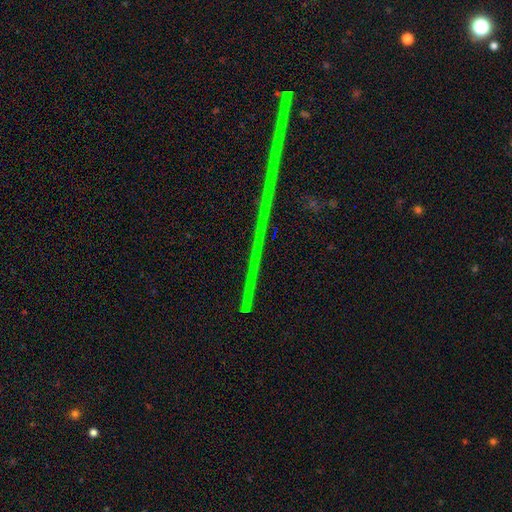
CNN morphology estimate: smooth_or_featured: star or artifact (p=0.80) [alt: featured or disk p=0.13]